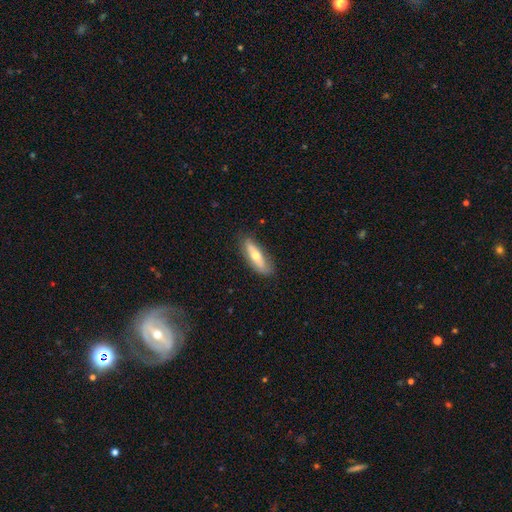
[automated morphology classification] A smooth galaxy with no disk features (51%) that is cigar-shaped (53%). Merging: none (82%).